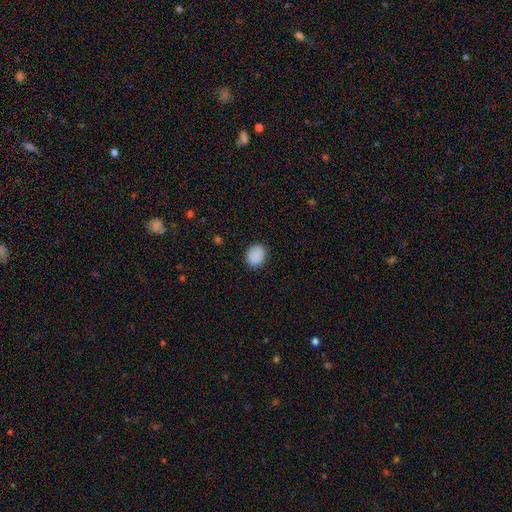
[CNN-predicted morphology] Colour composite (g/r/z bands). It shows a smooth galaxy with no disk features (89%) that is round (65%). Merging: none (88%).